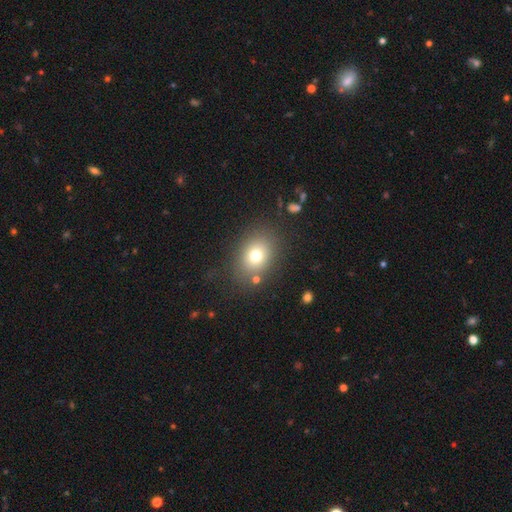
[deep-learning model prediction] Morphology: type=smooth (74%); roundness=in between (55%); merging=none (79%).